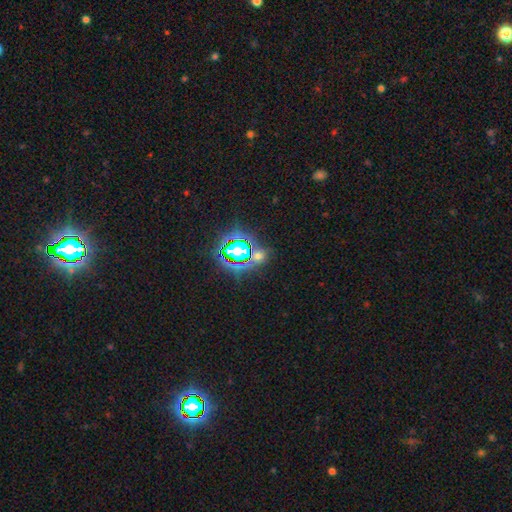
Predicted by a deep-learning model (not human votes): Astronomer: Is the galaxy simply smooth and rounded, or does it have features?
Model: star or artifact — 72%.